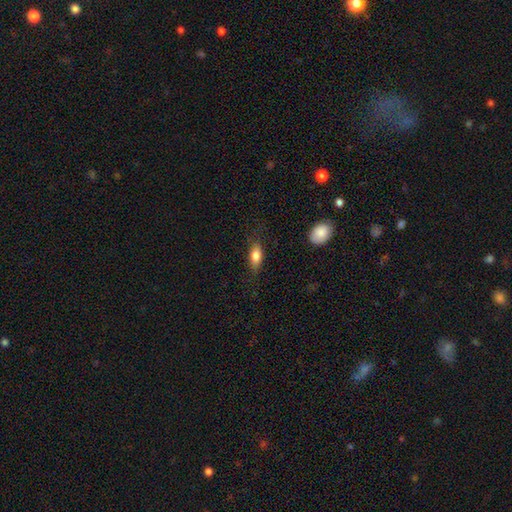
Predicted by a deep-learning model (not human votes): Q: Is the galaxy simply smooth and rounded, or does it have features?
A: smooth — 78%.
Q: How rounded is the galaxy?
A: in between — 82%.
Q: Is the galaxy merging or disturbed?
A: none — 79%.